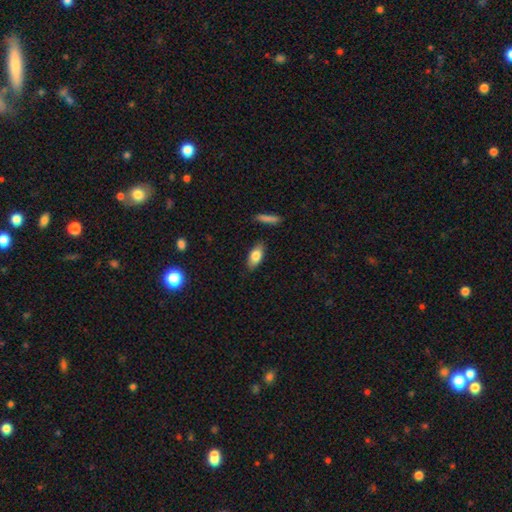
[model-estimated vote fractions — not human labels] smooth-or-featured: smooth: 79% | featured or disk: 15% | star or artifact: 7%
  how-rounded: in between: 83% | cigar-shaped: 13% | round: 3%
  merging: none: 84% | minor disturbance: 12% | major disturbance: 2% | merger: 2%